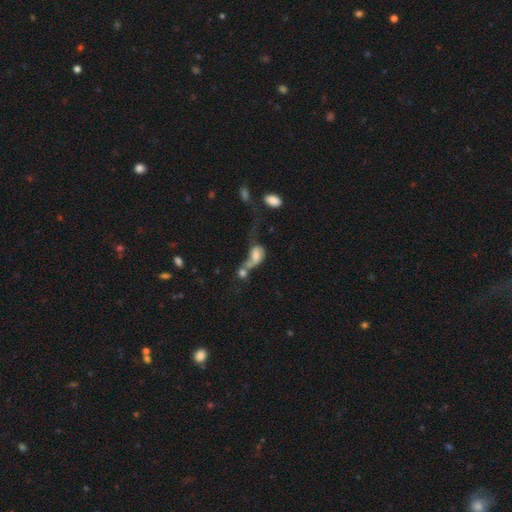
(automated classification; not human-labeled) smooth 55%, featured or disk 33%, star or artifact 11%. Down the decision tree: how rounded — in between (81%); merging — merger (57%).